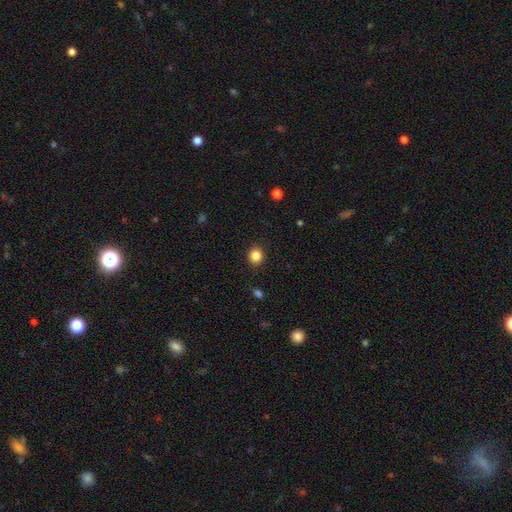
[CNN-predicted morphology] A smooth galaxy with no disk features (85%) that is round (86%).

Vote fractions:
- Smooth or featured? smooth: 85% / star or artifact: 11% / featured or disk: 4%
- How rounded? round: 86% / in between: 13% / cigar-shaped: 1%
- Merging? none: 91% / minor disturbance: 6% / major disturbance: 2% / merger: 1%